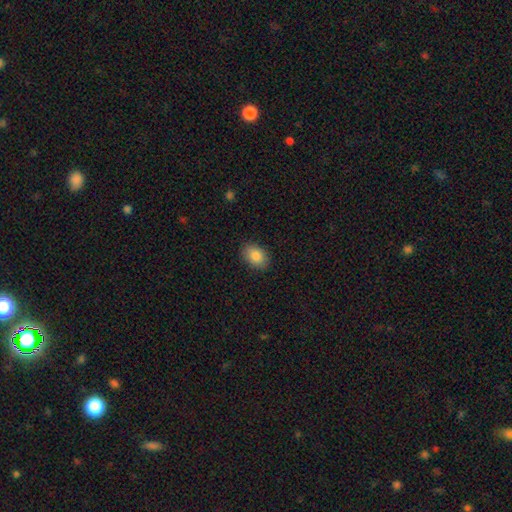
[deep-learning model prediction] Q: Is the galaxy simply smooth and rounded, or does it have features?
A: smooth — 86%.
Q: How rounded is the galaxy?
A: in between — 79%.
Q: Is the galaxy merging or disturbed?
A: none — 88%.